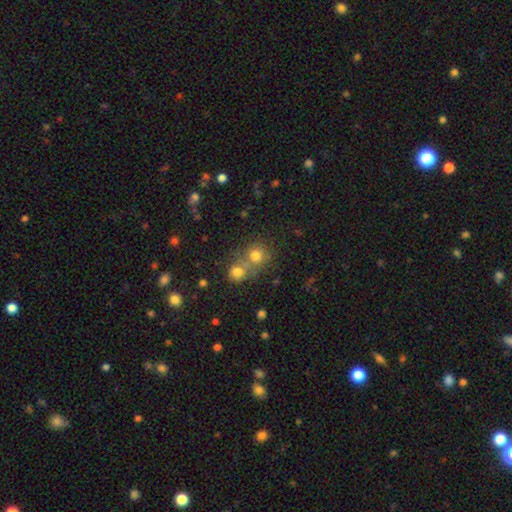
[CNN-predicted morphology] Smooth or featured: smooth — 76% (star or artifact — 14%)
How rounded: round — 86% (in between — 13%)
Merging: none — 44% (tied with merger — 44%)